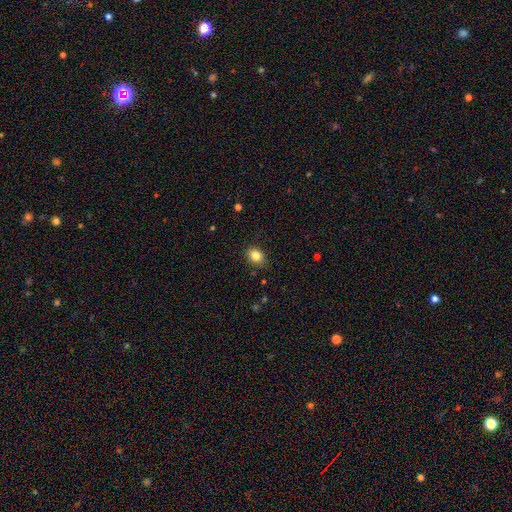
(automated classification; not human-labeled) Morphology: type=smooth (83%); roundness=in between (69%); merging=none (84%).